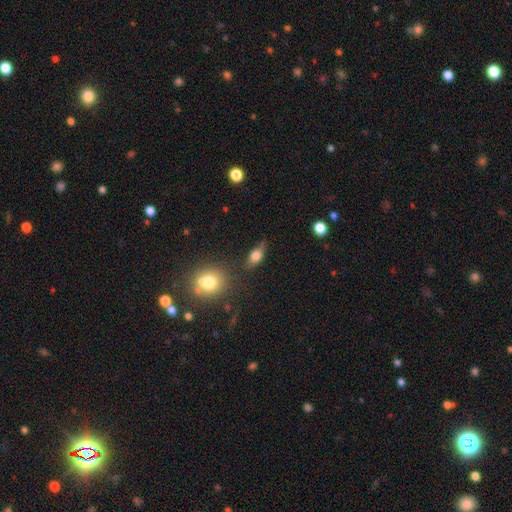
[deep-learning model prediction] Smooth or featured? Predicted: smooth (p=0.70). How rounded? Predicted: in between (p=0.76). Merging? Predicted: none (p=0.64).